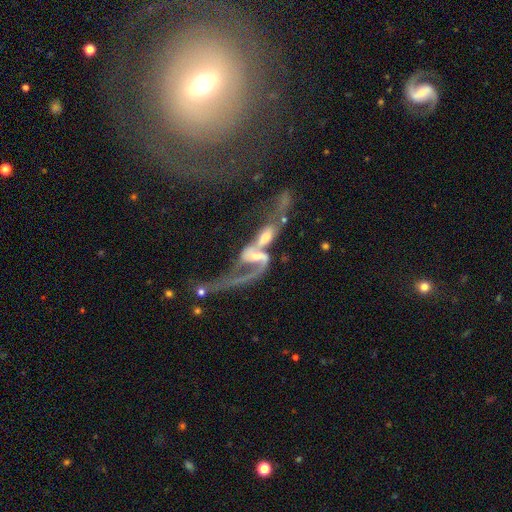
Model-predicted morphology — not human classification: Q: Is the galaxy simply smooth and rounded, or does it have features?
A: featured or disk — 78%.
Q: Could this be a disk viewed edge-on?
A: no — 92%.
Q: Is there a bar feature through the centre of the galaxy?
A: no — 41%.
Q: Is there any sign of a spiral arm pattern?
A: yes — 79%.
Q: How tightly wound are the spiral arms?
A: loose — 77%.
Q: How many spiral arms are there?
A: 2 — 54%.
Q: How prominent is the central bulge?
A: moderate — 39%.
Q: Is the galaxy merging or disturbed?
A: merger — 66%.